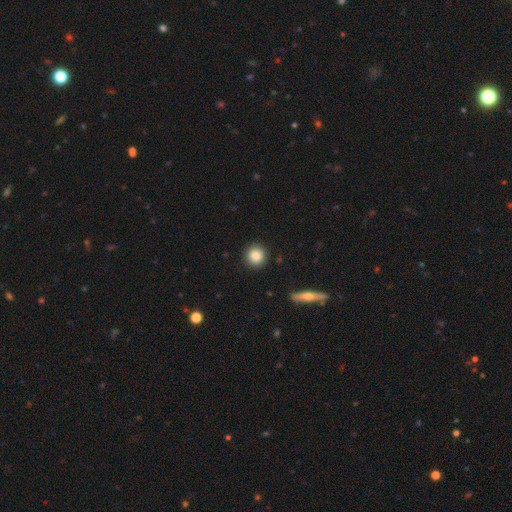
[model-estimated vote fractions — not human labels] The model was most divided on "smooth or featured": smooth: 88%, star or artifact: 8%, featured or disk: 4%. More confident: how rounded — round (93%); merging — none (90%).